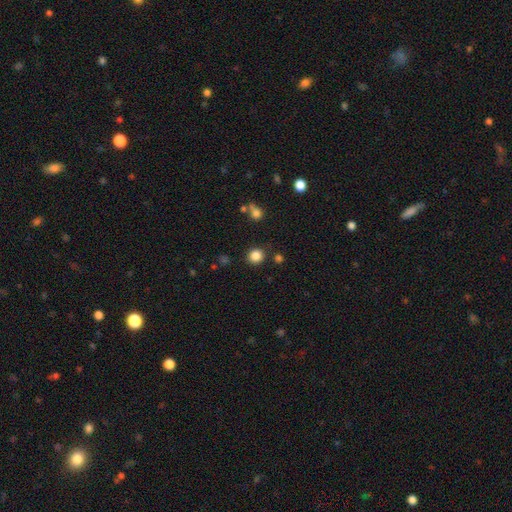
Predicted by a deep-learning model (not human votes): Smooth or featured? Predicted: smooth (p=0.84). How rounded? Predicted: round (p=0.87). Merging? Predicted: none (p=0.86).